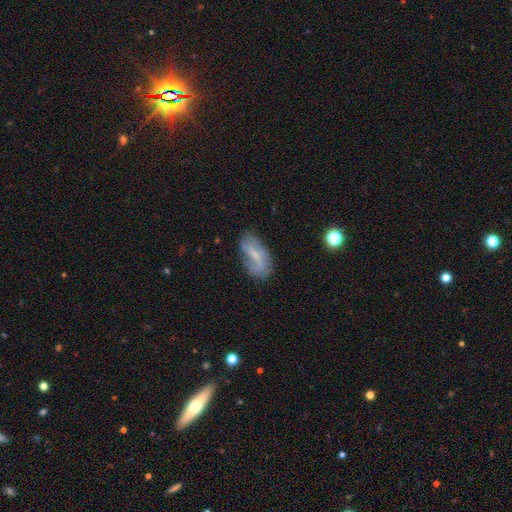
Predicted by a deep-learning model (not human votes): Smooth or featured? featured or disk (50%)
Merging? none (60%)